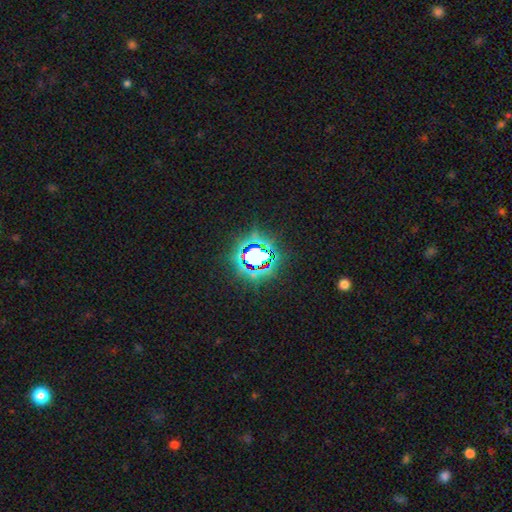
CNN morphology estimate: smooth_or_featured: star or artifact (p=0.75) [alt: smooth p=0.15]